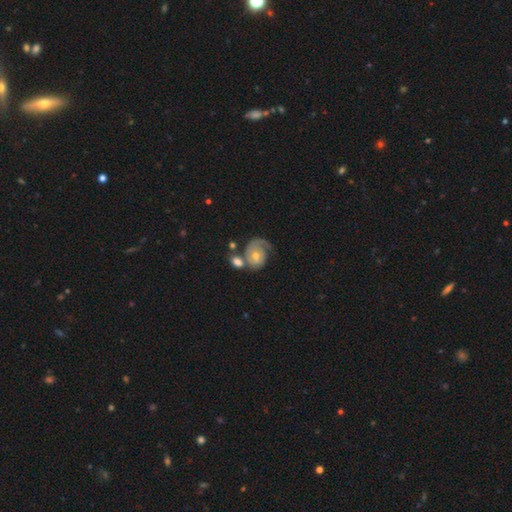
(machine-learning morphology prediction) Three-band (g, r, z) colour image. It shows a featured or disk galaxy (74%) with no bar (73%), 1 (63%) tight (53%) spiral arms (89%) and a moderate central bulge (53%). Merging: none (41%).